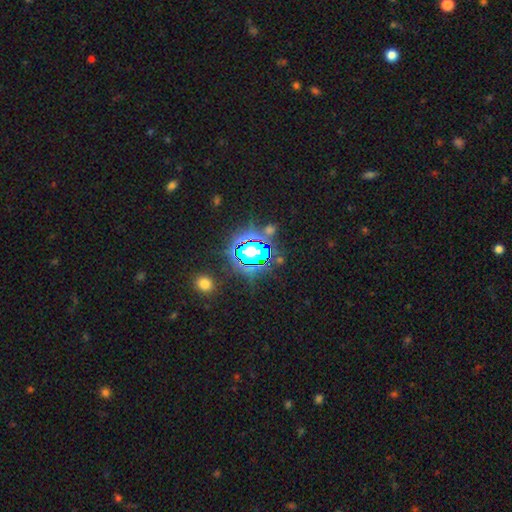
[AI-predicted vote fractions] The model was most divided on "smooth or featured": star or artifact: 69%, smooth: 18%, featured or disk: 12%.